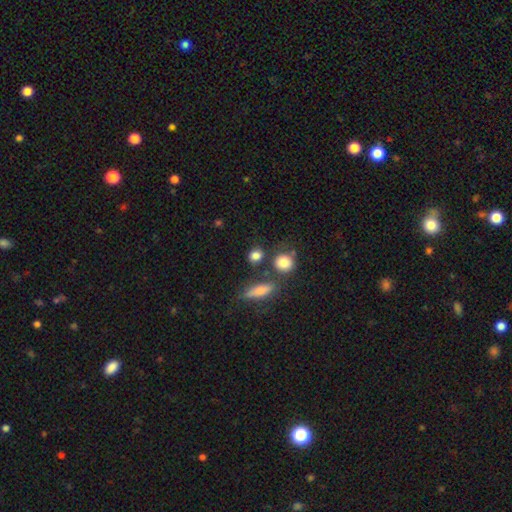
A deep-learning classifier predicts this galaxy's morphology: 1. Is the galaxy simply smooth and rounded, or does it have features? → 80% smooth, 11% star or artifact, 8% featured or disk.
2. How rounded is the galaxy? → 65% round, 30% in between, 5% cigar-shaped.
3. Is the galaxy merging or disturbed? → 70% none, 13% minor disturbance, 12% merger, 5% major disturbance.